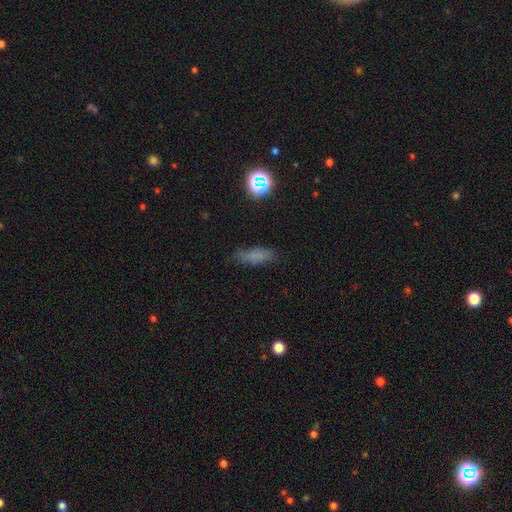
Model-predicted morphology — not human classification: Overall: smooth (72%). How rounded: cigar-shaped (50%; in between 46%). Merging: none (73%).